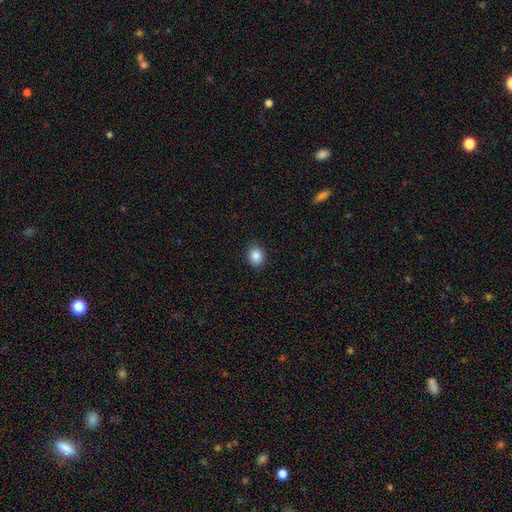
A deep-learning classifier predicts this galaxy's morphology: smooth_or_featured: smooth (p=0.86) [alt: star or artifact p=0.10]
how_rounded: round (p=0.74) [alt: in between p=0.26]
merging: none (p=0.91) [alt: minor disturbance p=0.07]